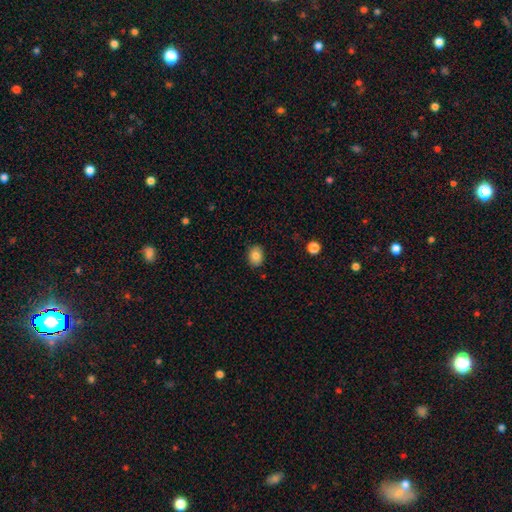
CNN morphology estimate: smooth 84%, star or artifact 9%, featured or disk 8%. Down the decision tree: how rounded — in between (63%); merging — none (87%).